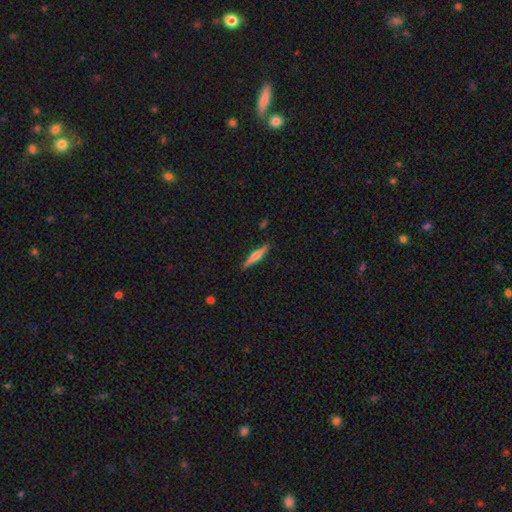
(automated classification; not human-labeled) Smooth or featured? Predicted: featured or disk (p=0.49). Merging? Predicted: none (p=0.90).